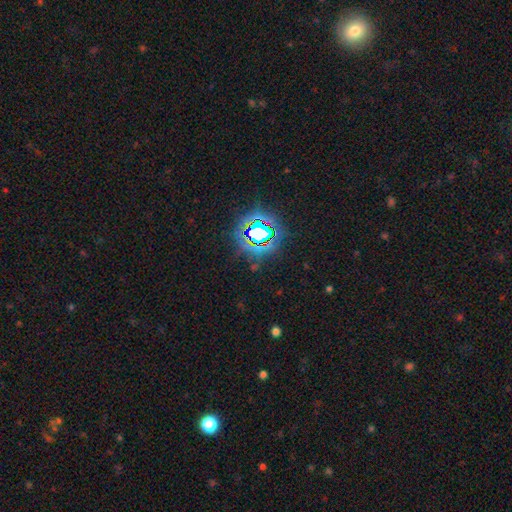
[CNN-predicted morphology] smooth-or-featured: star or artifact: 79% | smooth: 12% | featured or disk: 8%